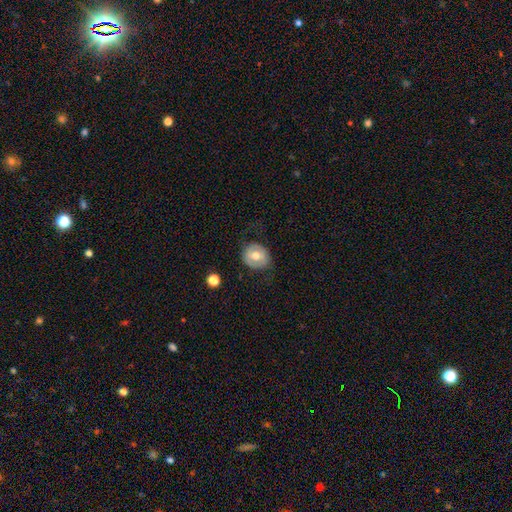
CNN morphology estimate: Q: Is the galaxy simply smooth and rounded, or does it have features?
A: smooth — 62%.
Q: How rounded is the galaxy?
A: round — 78%.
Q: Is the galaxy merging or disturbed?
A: none — 75%.